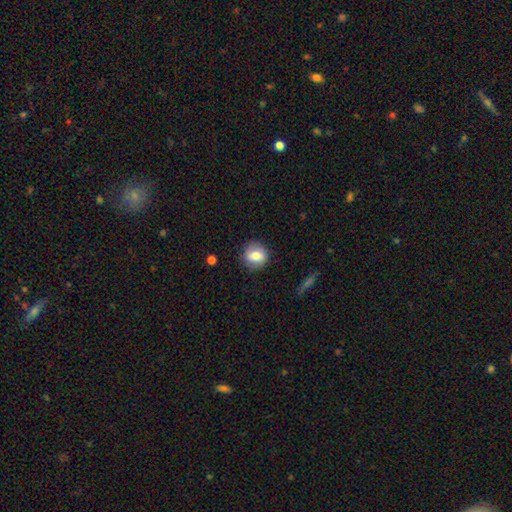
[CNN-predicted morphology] smooth_or_featured: smooth (p=0.67) [alt: featured or disk p=0.24]
how_rounded: round (p=0.80) [alt: in between p=0.19]
merging: none (p=0.83) [alt: minor disturbance p=0.12]